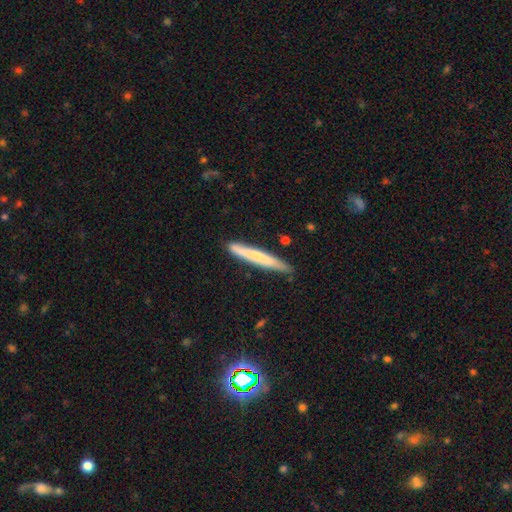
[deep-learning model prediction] Smooth or featured? Predicted: smooth (p=0.62). How rounded? Predicted: cigar-shaped (p=0.96). Merging? Predicted: none (p=0.83).